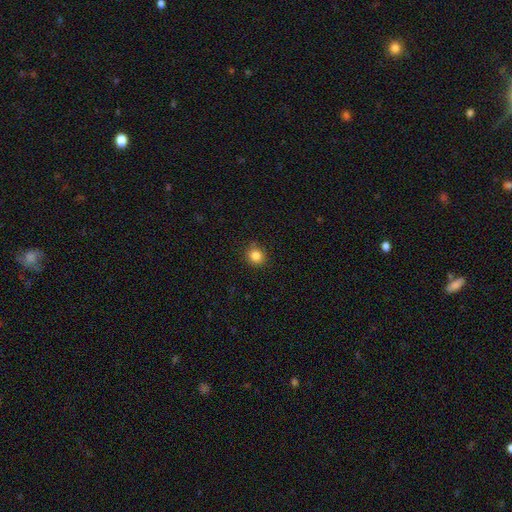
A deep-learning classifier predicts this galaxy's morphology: The model was most divided on "how rounded": round: 85%, in between: 14%, cigar-shaped: 1%. More confident: merging — none (85%); smooth or featured — smooth (85%).